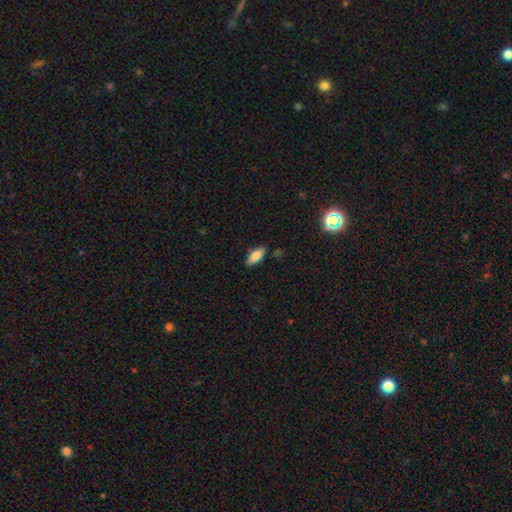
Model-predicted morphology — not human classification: smooth-or-featured: smooth: 79% | featured or disk: 13% | star or artifact: 8%
  how-rounded: in between: 78% | cigar-shaped: 20% | round: 2%
  merging: none: 85% | minor disturbance: 11% | major disturbance: 2% | merger: 2%